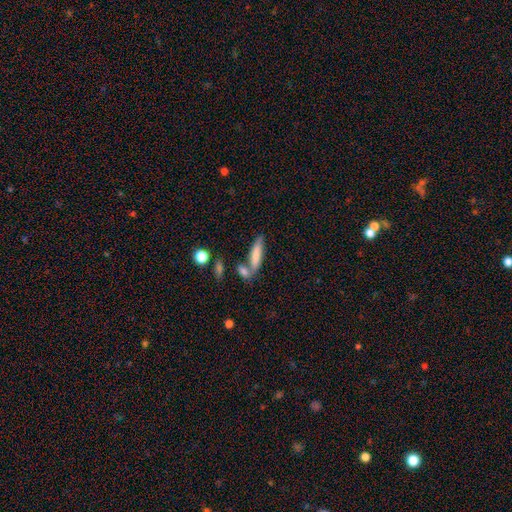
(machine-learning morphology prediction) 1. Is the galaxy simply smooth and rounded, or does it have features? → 73% smooth, 21% featured or disk, 7% star or artifact.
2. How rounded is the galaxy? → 68% cigar-shaped, 30% in between, 2% round.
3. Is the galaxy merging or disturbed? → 53% none, 28% merger, 14% minor disturbance, 5% major disturbance.